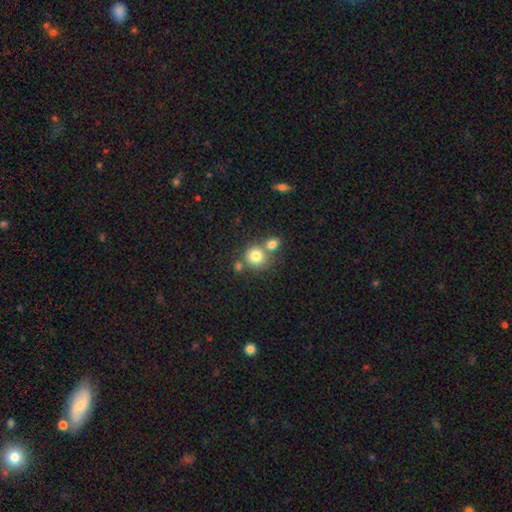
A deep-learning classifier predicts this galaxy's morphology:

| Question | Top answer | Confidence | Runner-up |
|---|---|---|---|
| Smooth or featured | smooth | 79% | star or artifact (11%) |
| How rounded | round | 85% | in between (14%) |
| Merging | none | 51% | merger (38%) |